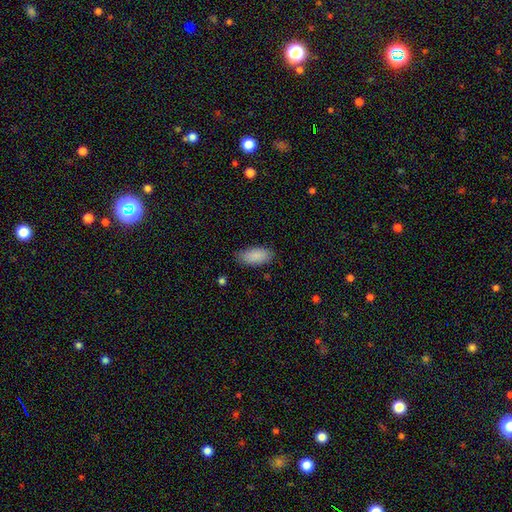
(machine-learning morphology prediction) A smooth galaxy with no disk features (89%) that is in between round and cigar-shaped (92%). Merging: none (82%).